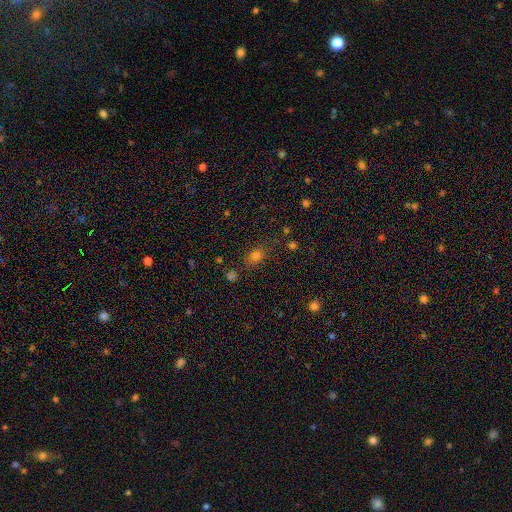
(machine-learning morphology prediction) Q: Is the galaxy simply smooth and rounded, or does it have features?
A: smooth — 71%.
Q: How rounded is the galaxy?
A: in between — 62%.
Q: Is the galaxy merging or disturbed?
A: none — 76%.